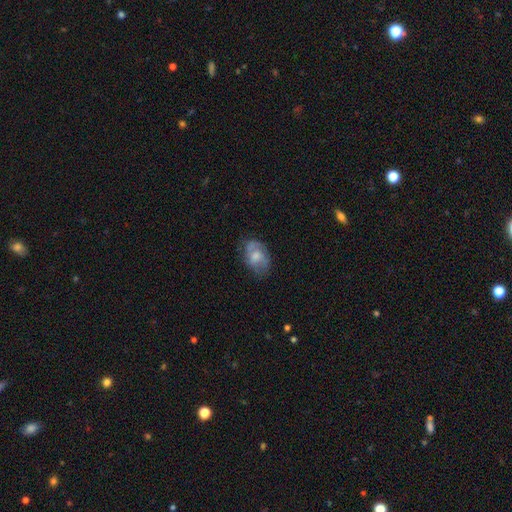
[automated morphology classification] smooth_or_featured: smooth (p=0.52) [alt: featured or disk p=0.41]
how_rounded: in between (p=0.80) [alt: round p=0.19]
merging: none (p=0.59) [alt: minor disturbance p=0.28]